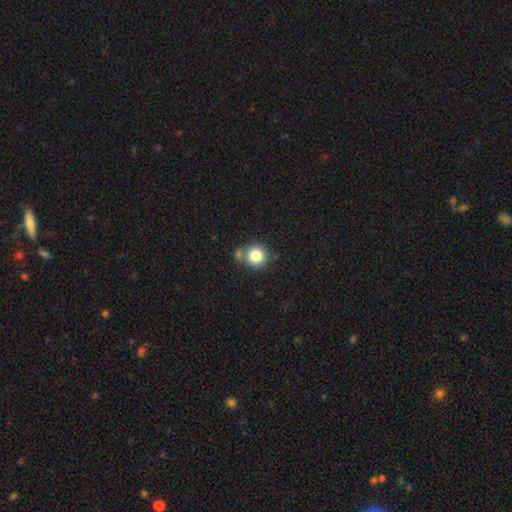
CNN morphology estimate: Smooth or featured? smooth (82%)
How rounded? round (91%)
Merging? none (64%)